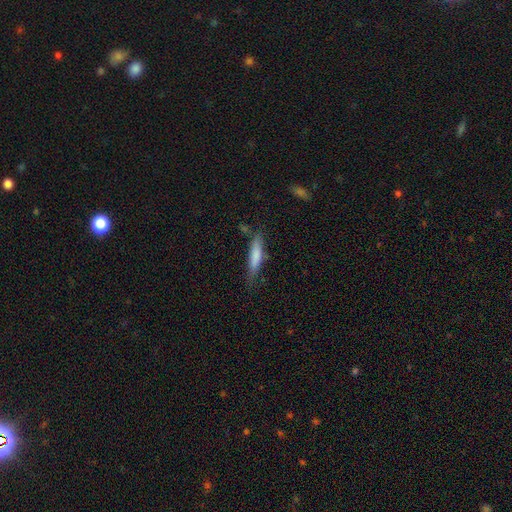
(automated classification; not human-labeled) Q: Smooth or featured?
A: smooth (77%); runner-up: featured or disk (17%)
Q: How rounded?
A: cigar-shaped (81%); runner-up: in between (18%)
Q: Merging?
A: none (70%); runner-up: minor disturbance (21%)